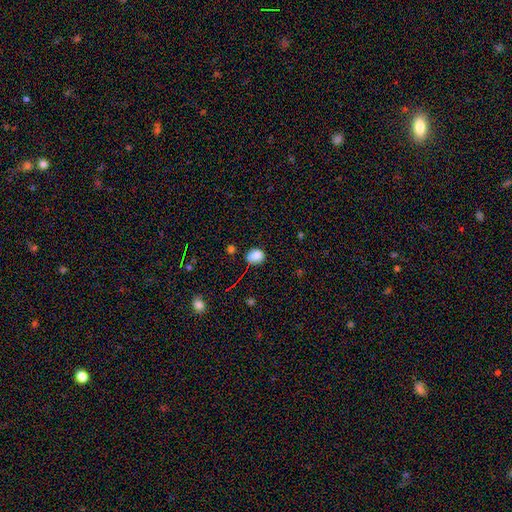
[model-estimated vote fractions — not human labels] Morphology: type=smooth (84%); roundness=in between (50%); merging=none (72%).